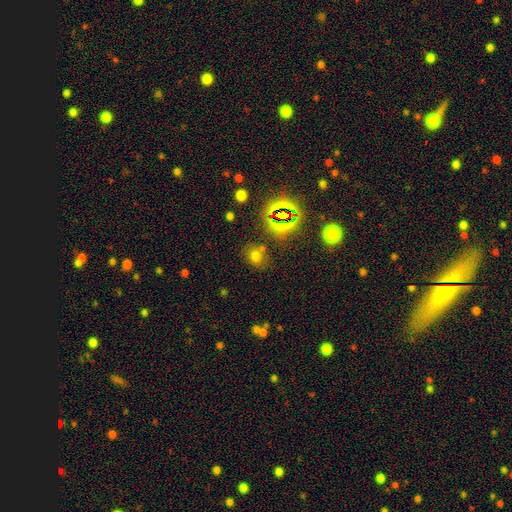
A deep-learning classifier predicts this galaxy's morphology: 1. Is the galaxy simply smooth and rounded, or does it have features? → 60% smooth, 30% star or artifact, 10% featured or disk.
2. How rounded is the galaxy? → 54% round, 45% in between, 1% cigar-shaped.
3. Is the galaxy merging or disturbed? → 69% none, 13% minor disturbance, 12% merger, 5% major disturbance.